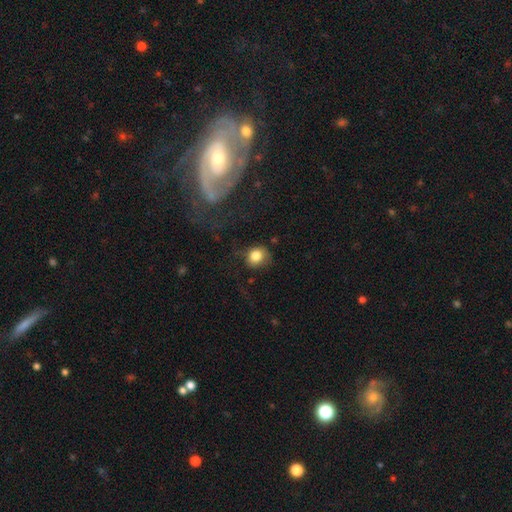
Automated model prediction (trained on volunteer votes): smooth_or_featured: smooth (p=0.80) [alt: star or artifact p=0.10]
how_rounded: round (p=0.74) [alt: in between p=0.25]
merging: none (p=0.58) [alt: minor disturbance p=0.24]